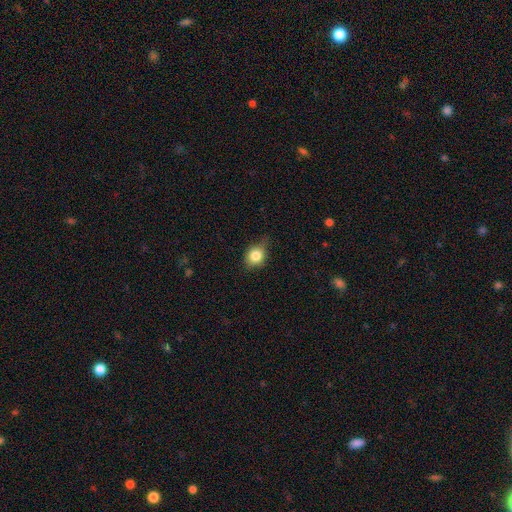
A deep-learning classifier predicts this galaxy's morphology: Q: Smooth or featured?
A: smooth (79%); runner-up: featured or disk (11%)
Q: How rounded?
A: round (61%); runner-up: in between (38%)
Q: Merging?
A: none (58%); runner-up: minor disturbance (33%)